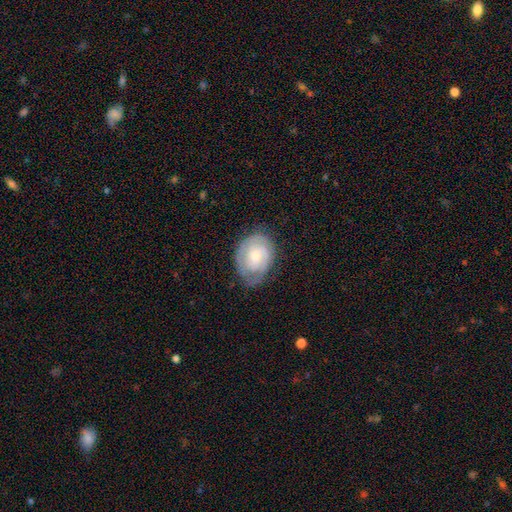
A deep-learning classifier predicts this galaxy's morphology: This appears to be a featured or disk galaxy (64%) with no bar (72%), 2 (41%) tight (64%) spiral arms (87%) and a moderate central bulge (47%). Merging: none (65%).